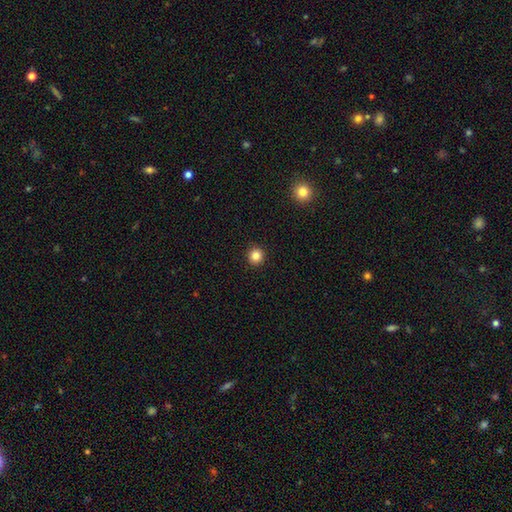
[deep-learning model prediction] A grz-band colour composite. It shows a smooth galaxy with no disk features (85%) that is round (94%). Merging: none (93%).